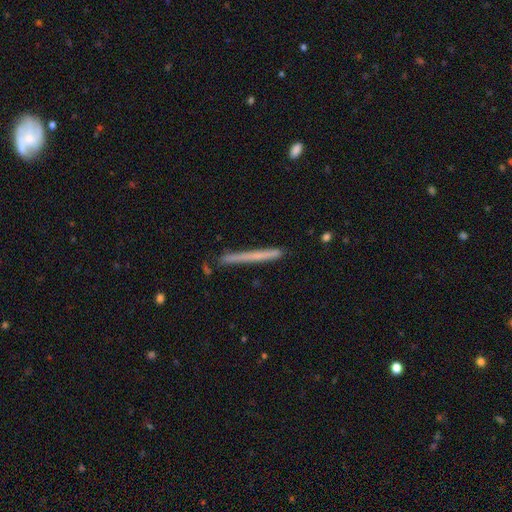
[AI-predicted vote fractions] Q: Smooth or featured?
A: smooth (54%); runner-up: featured or disk (39%)
Q: How rounded?
A: cigar-shaped (97%); runner-up: in between (2%)
Q: Merging?
A: none (86%); runner-up: minor disturbance (10%)